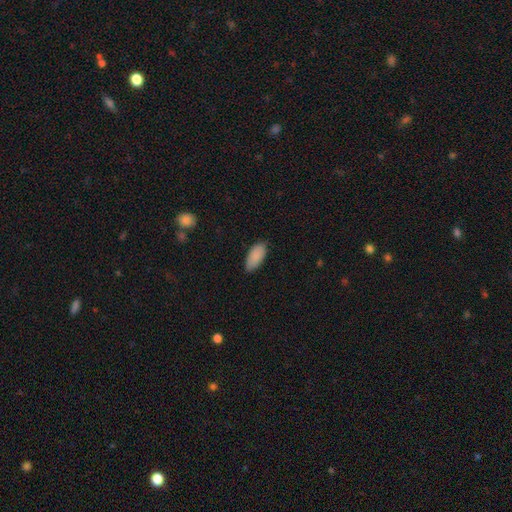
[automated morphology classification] Q: Smooth or featured?
A: smooth (89%); runner-up: star or artifact (6%)
Q: How rounded?
A: in between (90%); runner-up: cigar-shaped (8%)
Q: Merging?
A: none (83%); runner-up: minor disturbance (14%)